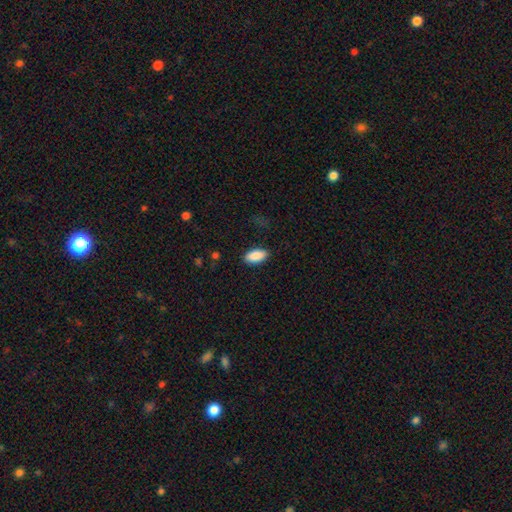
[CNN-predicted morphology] Overall: smooth (89%). How rounded: in between (91%). Merging: none (88%).